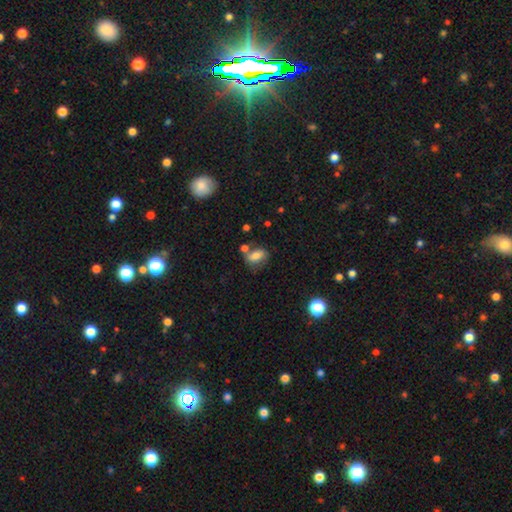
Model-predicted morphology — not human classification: Overall: smooth (69%). How rounded: in between (81%). Merging: none (48%; merger 22%).